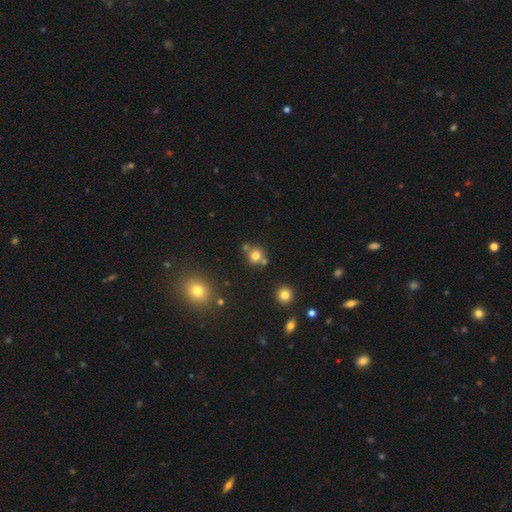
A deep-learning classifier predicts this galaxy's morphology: Smooth or featured: smooth — 76% (star or artifact — 15%)
How rounded: round — 85% (in between — 14%)
Merging: none — 64% (merger — 22%)